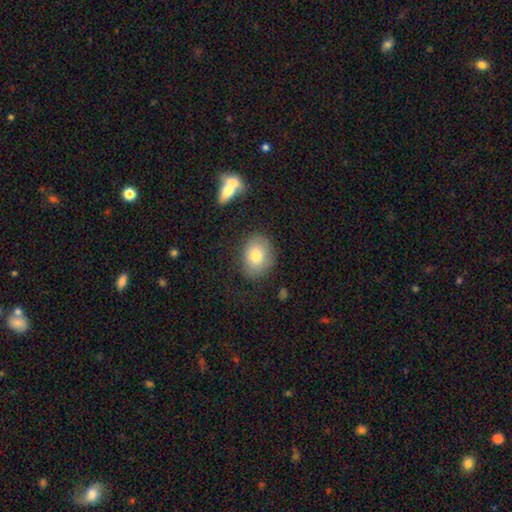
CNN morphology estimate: A smooth galaxy with no disk features (76%) that is in between round and cigar-shaped (63%).

Vote fractions:
- Smooth or featured? smooth: 76% / featured or disk: 15% / star or artifact: 9%
- How rounded? in between: 63% / round: 36% / cigar-shaped: 1%
- Merging? none: 80% / minor disturbance: 13% / major disturbance: 5% / merger: 2%